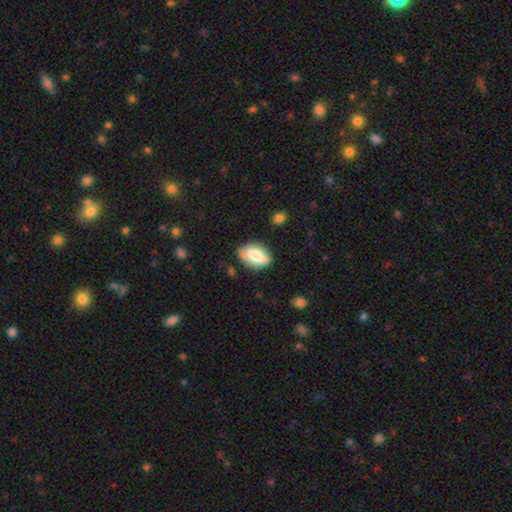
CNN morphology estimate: This is likely a smooth galaxy (70%). How rounded: clearly in between (87%). Merging: likely none (65%).